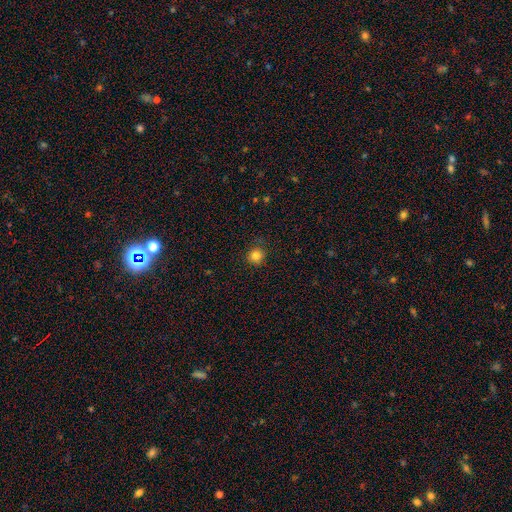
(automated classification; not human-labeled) smooth-or-featured: smooth: 83% | star or artifact: 12% | featured or disk: 5%
  how-rounded: round: 92% | in between: 7% | cigar-shaped: 1%
  merging: none: 89% | minor disturbance: 8% | major disturbance: 2% | merger: 1%